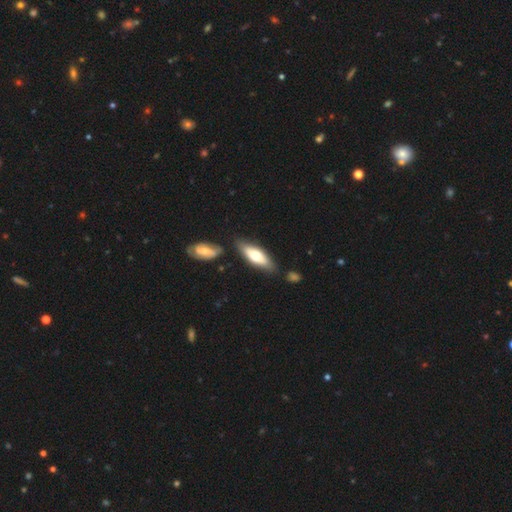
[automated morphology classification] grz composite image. It shows a smooth galaxy with no disk features (61%) that is in between round and cigar-shaped (59%). Merging: none (76%).